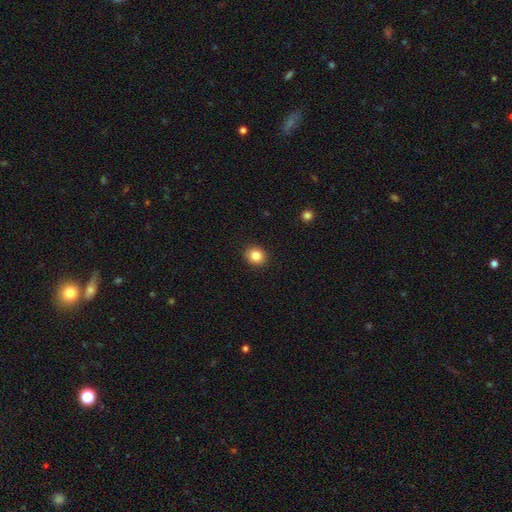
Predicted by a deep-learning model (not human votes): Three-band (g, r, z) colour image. It shows a smooth galaxy with no disk features (84%) that is round (77%). Merging: none (91%).